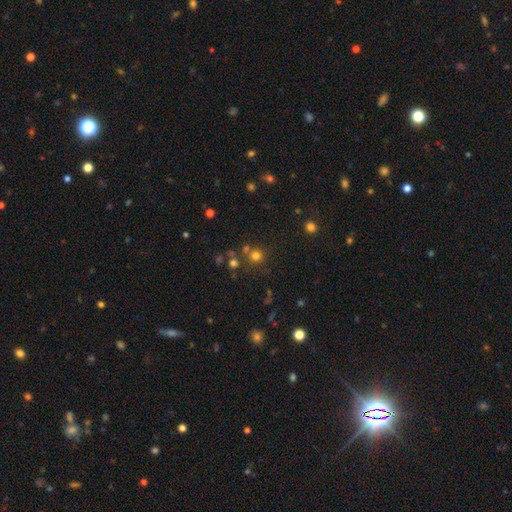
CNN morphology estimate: A smooth galaxy with no disk features (71%) that is round (92%).

Vote fractions:
- Smooth or featured? smooth: 71% / star or artifact: 21% / featured or disk: 8%
- How rounded? round: 92% / in between: 7% / cigar-shaped: 1%
- Merging? none: 72% / merger: 16% / minor disturbance: 8% / major disturbance: 4%